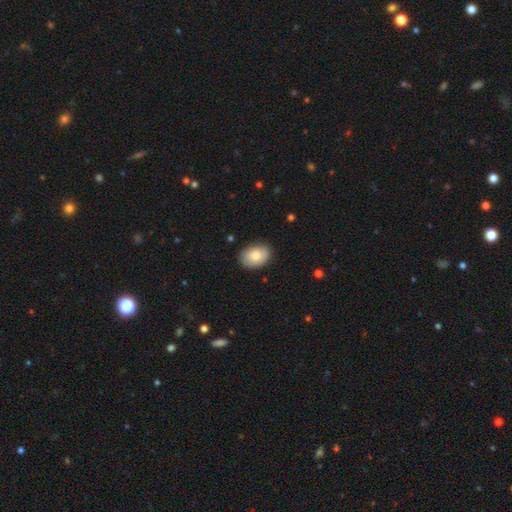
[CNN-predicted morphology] smooth_or_featured: smooth (p=0.84) [alt: featured or disk p=0.10]
how_rounded: in between (p=0.82) [alt: round p=0.17]
merging: none (p=0.83) [alt: minor disturbance p=0.13]